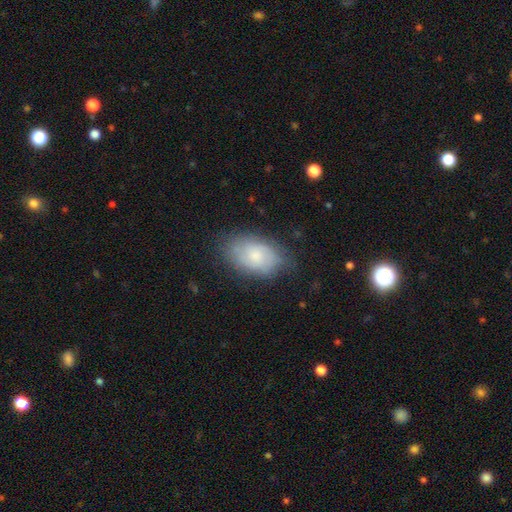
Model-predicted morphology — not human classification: type=smooth (61%); roundness=in between (89%); merging=none (71%).